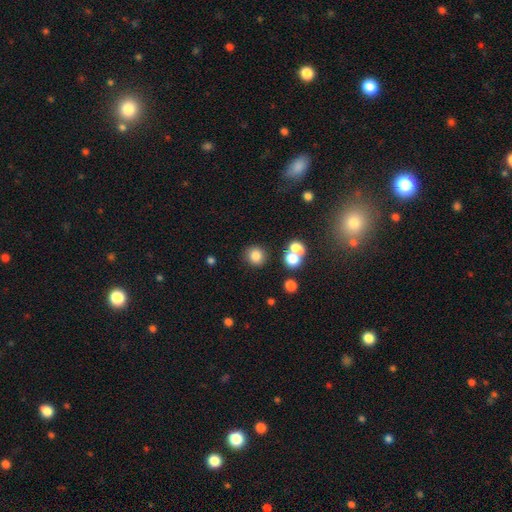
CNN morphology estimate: This appears to be a smooth galaxy with no disk features (81%) that is round (88%). Merging: none (79%).